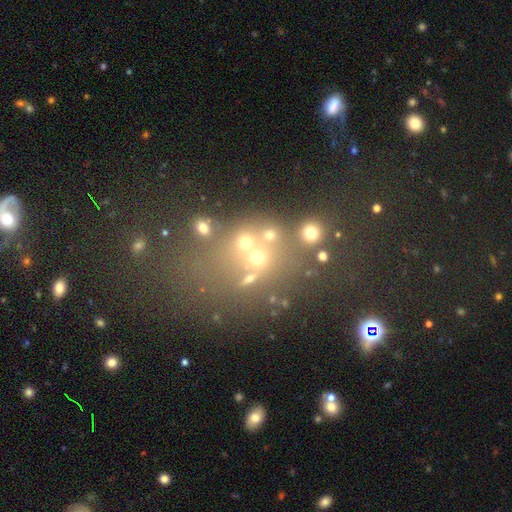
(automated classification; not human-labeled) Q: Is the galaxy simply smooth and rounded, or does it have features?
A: smooth — 44%.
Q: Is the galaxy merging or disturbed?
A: none — 50%.